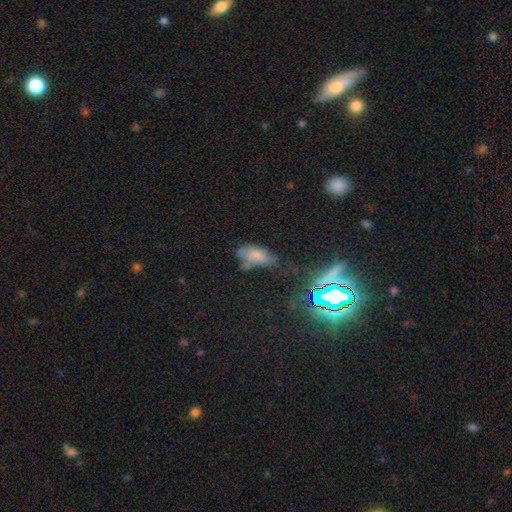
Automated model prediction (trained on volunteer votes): This is possibly a smooth galaxy (59%). How rounded: clearly in between (86%). Merging: marginally none (37%).